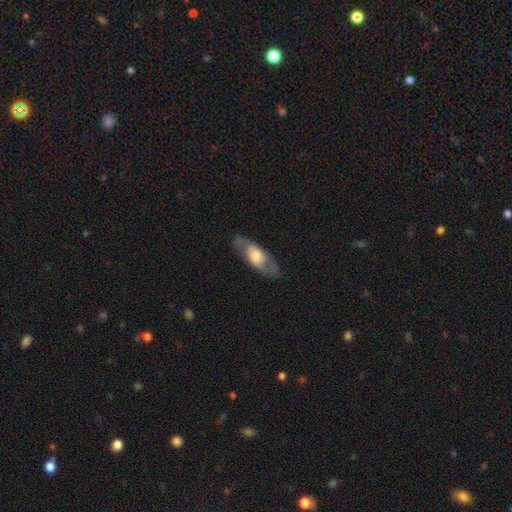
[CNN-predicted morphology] type=smooth (50%); merging=none (76%).